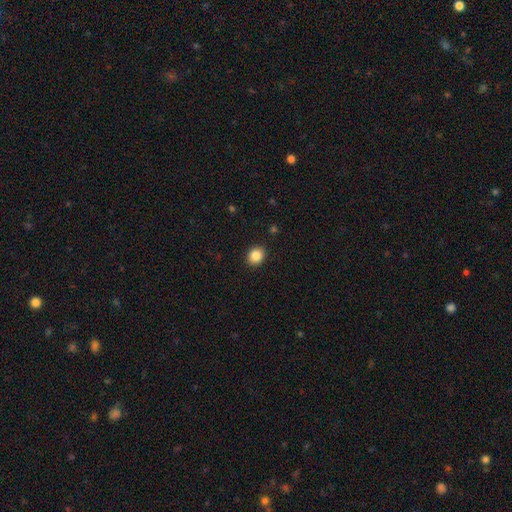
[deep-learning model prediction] Overall: smooth (86%). How rounded: round (66%; in between 33%). Merging: none (91%).